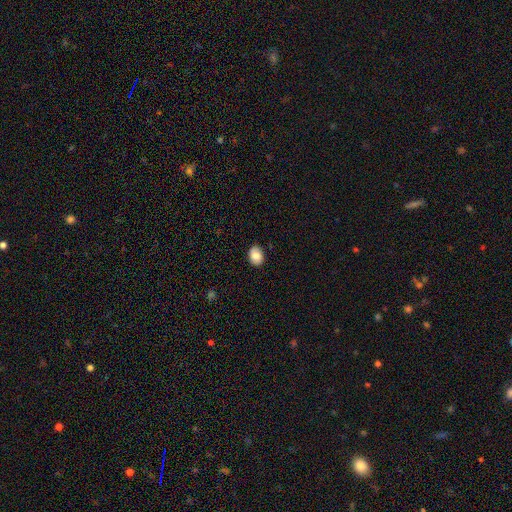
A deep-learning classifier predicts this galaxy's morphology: This is clearly a smooth galaxy (84%). How rounded: likely in between (73%). Merging: clearly none (85%).